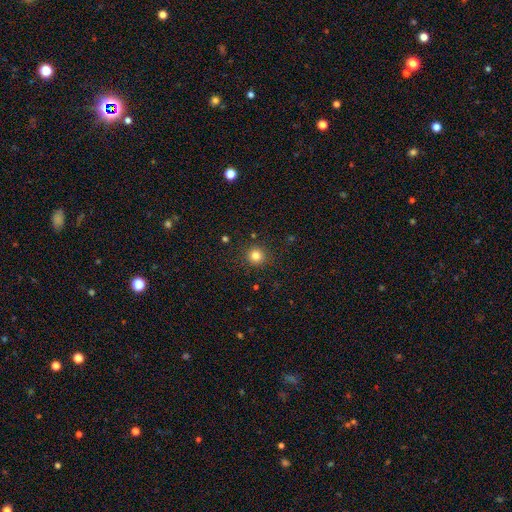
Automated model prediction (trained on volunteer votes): Overall: smooth (82%). How rounded: round (93%). Merging: none (90%).